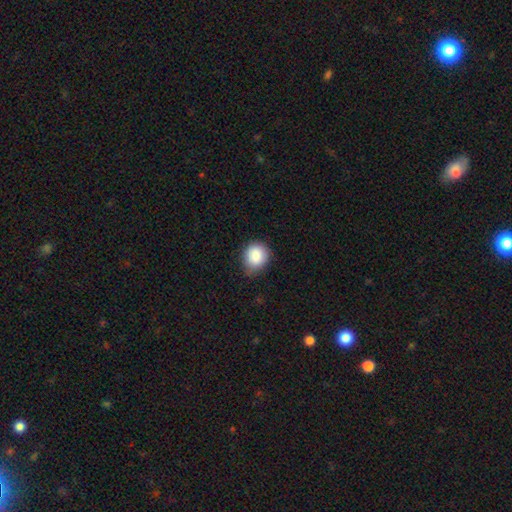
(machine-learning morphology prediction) A smooth galaxy with no disk features (87%) that is round (75%).

Vote fractions:
- Smooth or featured? smooth: 87% / star or artifact: 8% / featured or disk: 5%
- How rounded? round: 75% / in between: 24% / cigar-shaped: 1%
- Merging? none: 72% / minor disturbance: 24% / major disturbance: 4% / merger: 1%